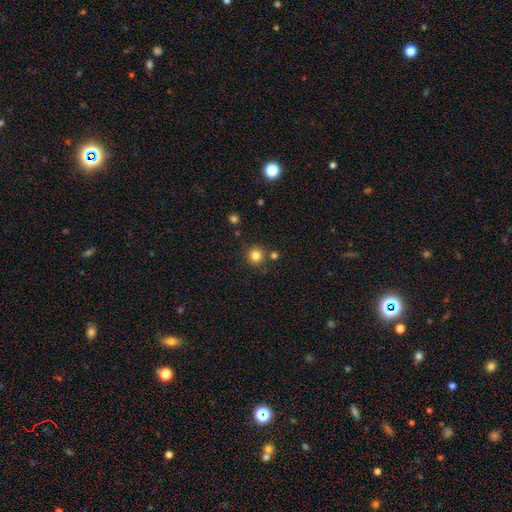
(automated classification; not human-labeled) Smooth or featured: smooth — 82% (star or artifact — 13%)
How rounded: round — 94% (in between — 5%)
Merging: none — 84% (minor disturbance — 8%)